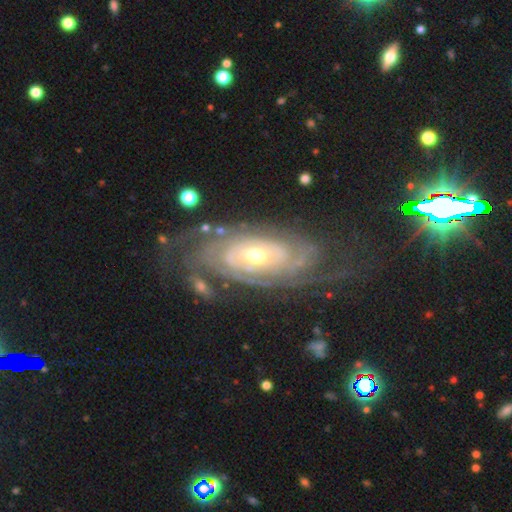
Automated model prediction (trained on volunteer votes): Smooth or featured?
  - featured or disk: 89% *
  - smooth: 6%
  - star or artifact: 6%
Edge-on disk?
  - no: 94% *
  - yes: 6%
Bar?
  - no: 64% *
  - weak: 24%
  - strong: 11%
Spiral arms?
  - yes: 95% *
  - no: 5%
Spiral winding?
  - tight: 78% *
  - medium: 17%
  - loose: 4%
Spiral arm count?
  - can't tell: 37% *
  - 2: 21%
  - 3: 16%
  - 4: 12%
  - more than 4: 8%
  - 1: 6%
Bulge size?
  - moderate: 61% *
  - small: 33%
  - large: 5%
  - dominant: 1%
  - none: 1%
Merging?
  - none: 70% *
  - minor disturbance: 17%
  - major disturbance: 10%
  - merger: 3%